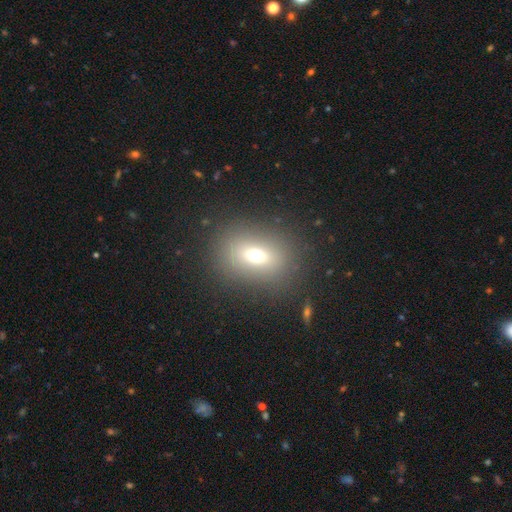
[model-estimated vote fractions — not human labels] smooth-or-featured: smooth: 66% | star or artifact: 17% | featured or disk: 17%
  how-rounded: in between: 61% | round: 37% | cigar-shaped: 3%
  merging: none: 84% | minor disturbance: 9% | major disturbance: 5% | merger: 2%